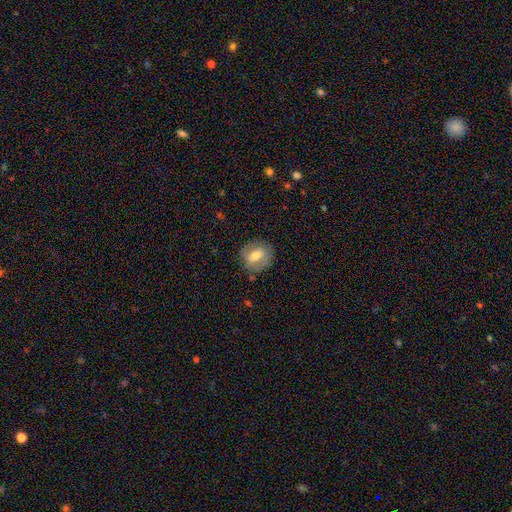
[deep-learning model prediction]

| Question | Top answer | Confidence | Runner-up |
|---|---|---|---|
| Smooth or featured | smooth | 56% | featured or disk (37%) |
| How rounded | round | 60% | in between (38%) |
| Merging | none | 81% | minor disturbance (13%) |